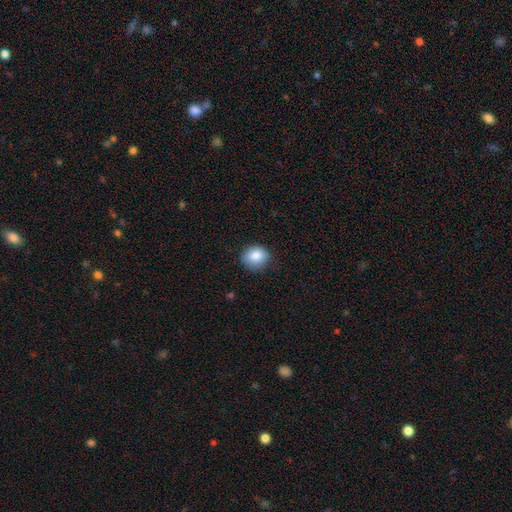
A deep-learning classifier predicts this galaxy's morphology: Smooth or featured? Predicted: smooth (p=0.85). How rounded? Predicted: round (p=0.75). Merging? Predicted: none (p=0.79).